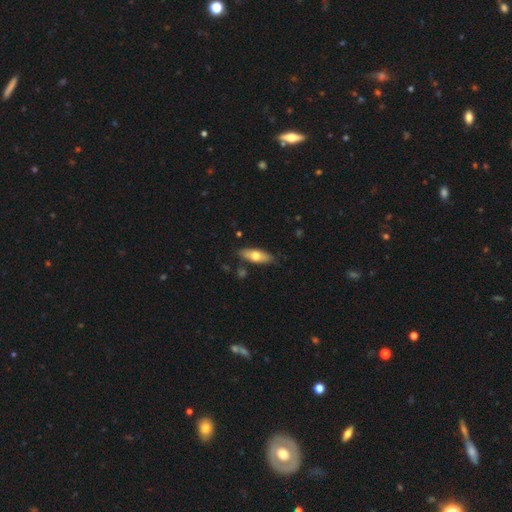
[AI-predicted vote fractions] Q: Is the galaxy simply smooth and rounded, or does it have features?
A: smooth — 62%.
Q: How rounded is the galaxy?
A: in between — 66%.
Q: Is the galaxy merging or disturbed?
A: none — 84%.